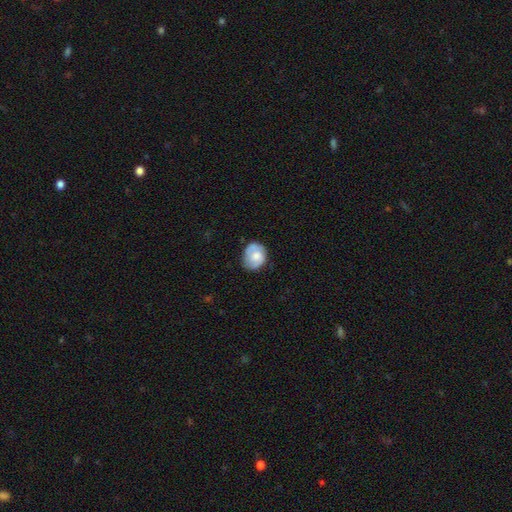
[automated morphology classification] A smooth galaxy with no disk features (65%) that is round (59%).

Vote fractions:
- Smooth or featured? smooth: 65% / featured or disk: 28% / star or artifact: 7%
- How rounded? round: 59% / in between: 40% / cigar-shaped: 1%
- Merging? none: 66% / minor disturbance: 26% / major disturbance: 6% / merger: 2%